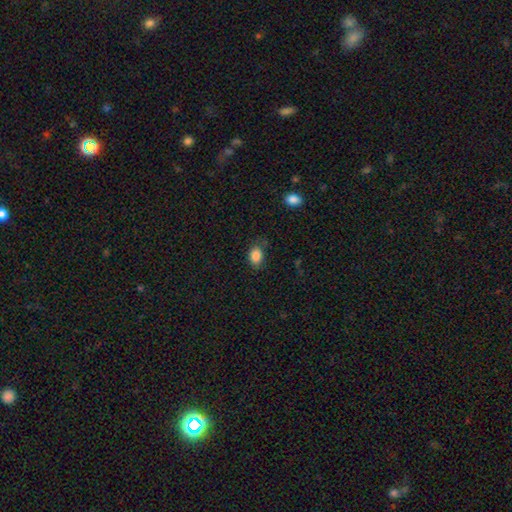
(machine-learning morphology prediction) Smooth or featured: smooth — 86% (star or artifact — 9%)
How rounded: in between — 71% (round — 28%)
Merging: none — 74% (minor disturbance — 20%)